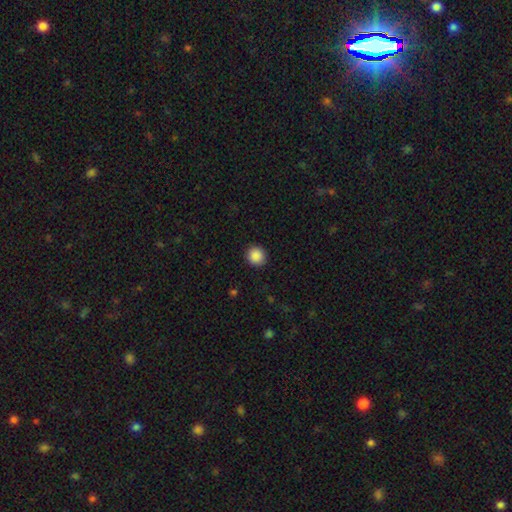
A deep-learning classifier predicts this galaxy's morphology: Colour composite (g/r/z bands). It shows a smooth galaxy with no disk features (89%) that is round (92%). Merging: none (92%).